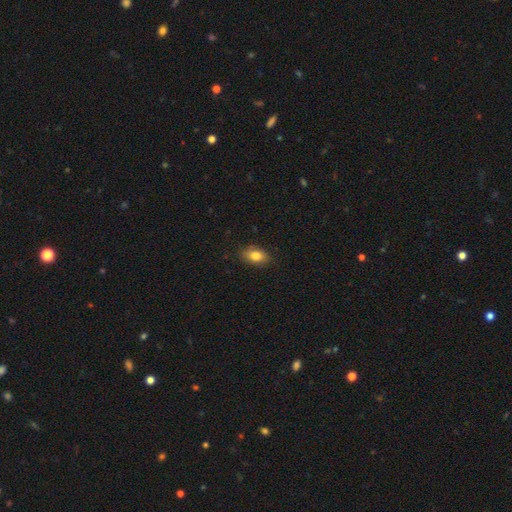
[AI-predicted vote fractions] Smooth or featured? smooth (82%)
How rounded? in between (84%)
Merging? none (85%)